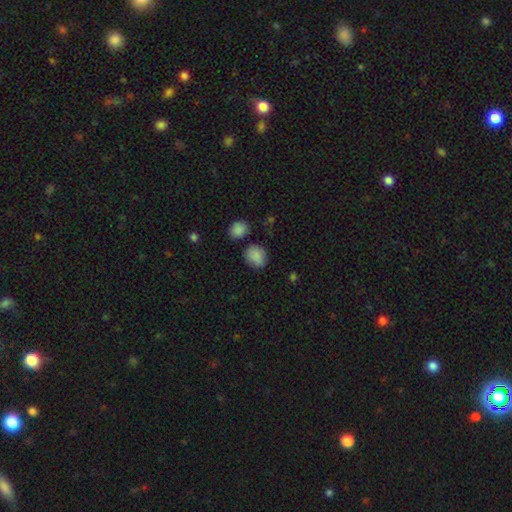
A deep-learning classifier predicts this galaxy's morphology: The model was most divided on "how rounded": round: 60%, in between: 39%, cigar-shaped: 1%. More confident: smooth or featured — smooth (86%); merging — none (75%).